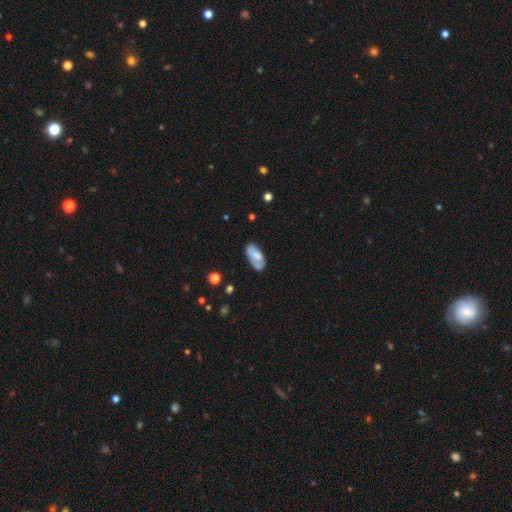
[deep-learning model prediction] This is likely a smooth galaxy (63%). How rounded: clearly in between (89%). Merging: likely none (62%).